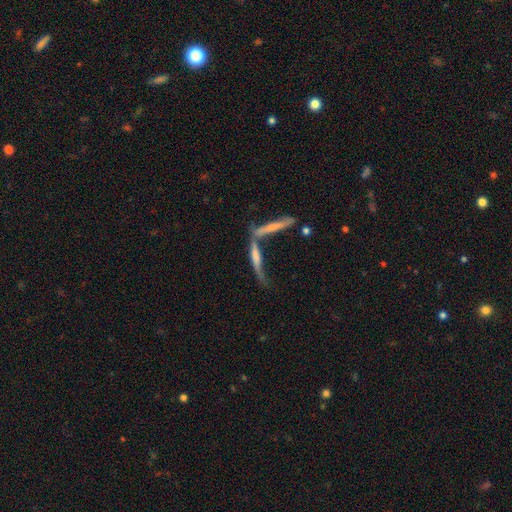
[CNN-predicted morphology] A featured or disk galaxy (57%) viewed edge-on (80%).

Vote fractions:
- Smooth or featured? featured or disk: 57% / smooth: 26% / star or artifact: 17%
- Edge-on disk? yes: 80% / no: 20%
- Merging? merger: 45% / none: 36% / minor disturbance: 10% / major disturbance: 9%